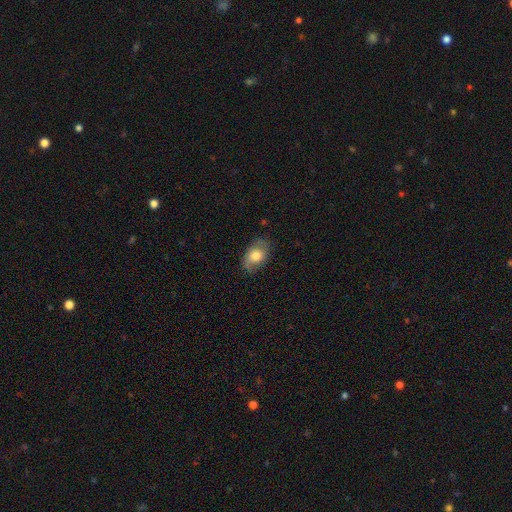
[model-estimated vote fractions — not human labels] This is likely a smooth galaxy (61%). How rounded: clearly in between (83%). Merging: likely none (73%).